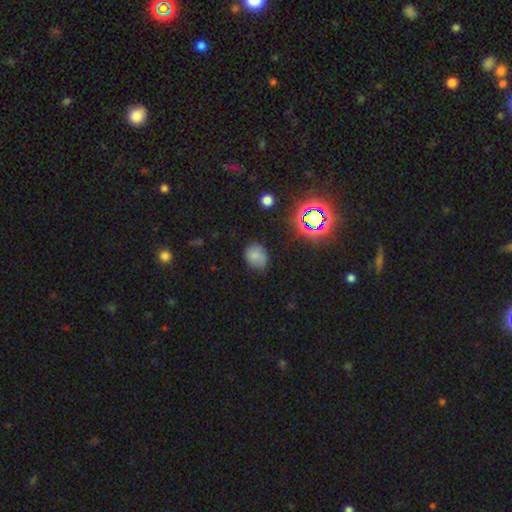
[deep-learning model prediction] Morphology: type=smooth (71%); roundness=in between (53%); merging=none (63%).